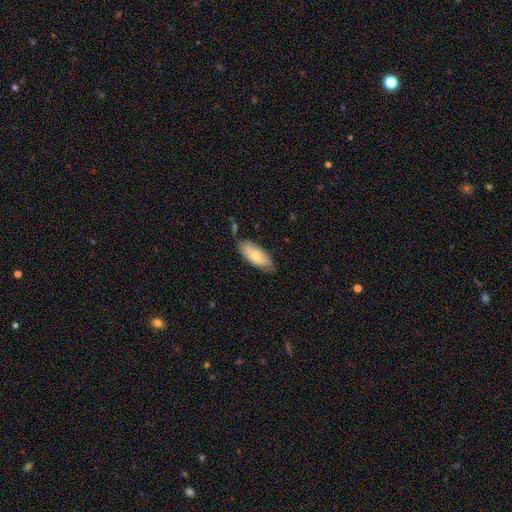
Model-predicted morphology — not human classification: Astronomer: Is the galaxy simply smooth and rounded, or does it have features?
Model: smooth — 71%.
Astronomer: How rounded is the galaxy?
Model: in between — 85%.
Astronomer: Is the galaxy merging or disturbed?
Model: none — 72%.